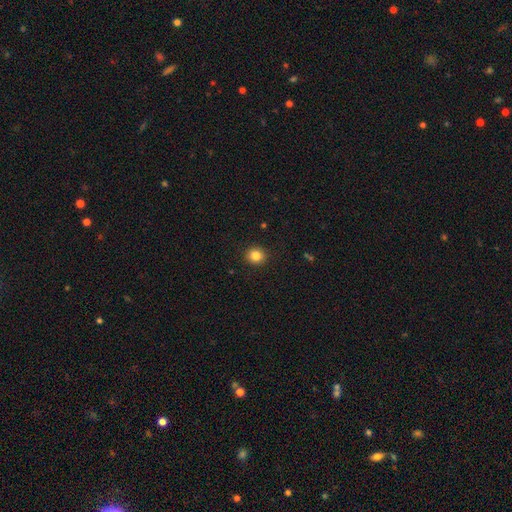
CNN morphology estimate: Smooth or featured?
  - smooth: 84% *
  - star or artifact: 11%
  - featured or disk: 5%
How rounded?
  - round: 87% *
  - in between: 12%
  - cigar-shaped: 1%
Merging?
  - none: 92% *
  - minor disturbance: 5%
  - major disturbance: 2%
  - merger: 1%